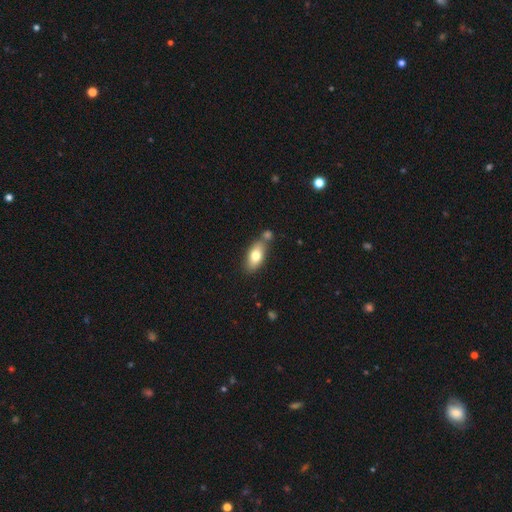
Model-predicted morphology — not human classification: Smooth or featured? Predicted: smooth (p=0.74). How rounded? Predicted: in between (p=0.86). Merging? Predicted: none (p=0.61).